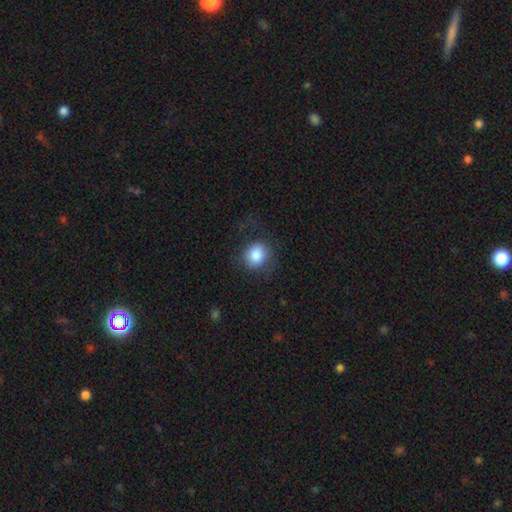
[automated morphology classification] smooth-or-featured: smooth: 84% | star or artifact: 8% | featured or disk: 7%
  how-rounded: round: 77% | in between: 22% | cigar-shaped: 1%
  merging: none: 70% | minor disturbance: 17% | major disturbance: 11% | merger: 1%